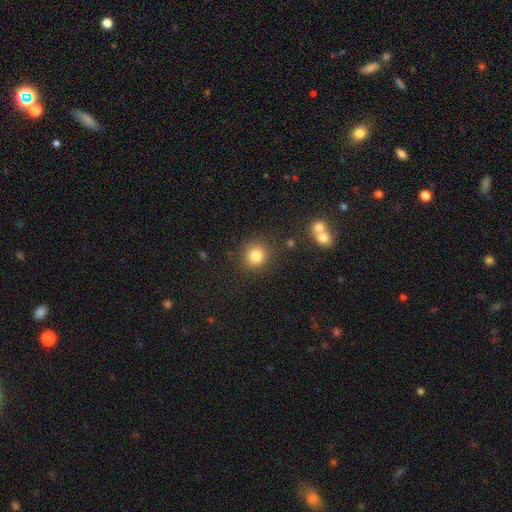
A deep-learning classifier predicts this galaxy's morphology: Smooth or featured? smooth (82%)
How rounded? round (89%)
Merging? none (85%)